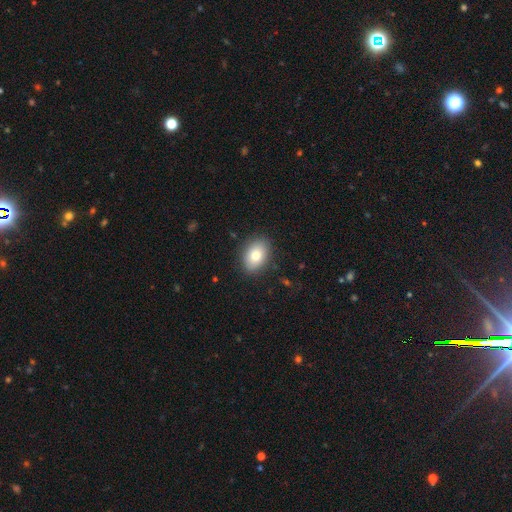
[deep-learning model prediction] Smooth or featured? smooth (79%)
How rounded? in between (81%)
Merging? none (86%)